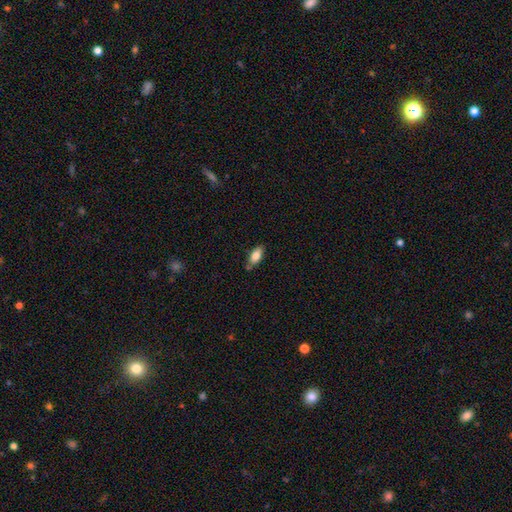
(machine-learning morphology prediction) smooth-or-featured: smooth: 82% | featured or disk: 11% | star or artifact: 7%
  how-rounded: in between: 86% | cigar-shaped: 11% | round: 3%
  merging: none: 73% | minor disturbance: 19% | merger: 5% | major disturbance: 3%